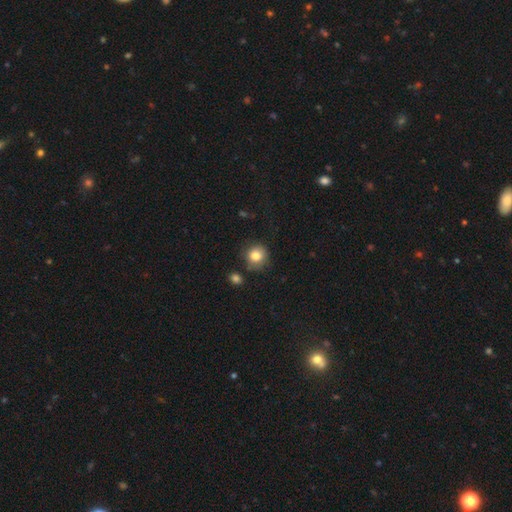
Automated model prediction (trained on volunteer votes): Smooth or featured? smooth (82%)
How rounded? round (88%)
Merging? none (78%)